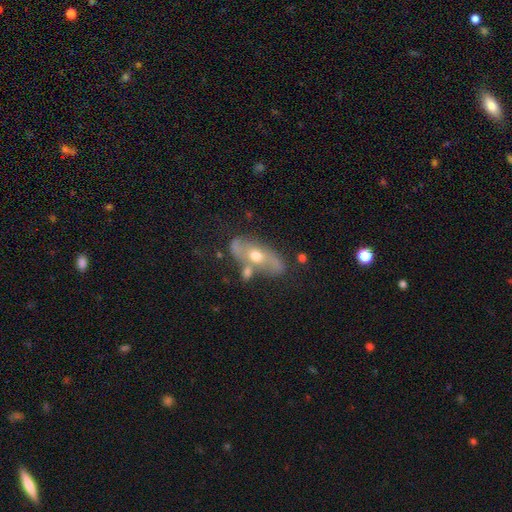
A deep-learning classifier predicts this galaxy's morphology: Smooth or featured?
  - featured or disk: 67% *
  - smooth: 26%
  - star or artifact: 7%
Edge-on disk?
  - no: 79% *
  - yes: 21%
Bar?
  - no: 68% *
  - weak: 20%
  - strong: 12%
Spiral arms?
  - yes: 59% *
  - no: 41%
Bulge size?
  - moderate: 76% *
  - small: 16%
  - large: 6%
  - none: 1%
  - dominant: 1%
Merging?
  - none: 59% *
  - minor disturbance: 19%
  - merger: 14%
  - major disturbance: 8%